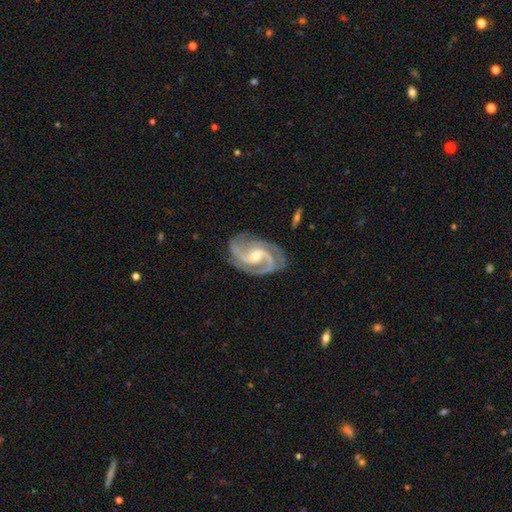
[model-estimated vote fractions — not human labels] Smooth or featured?
  - featured or disk: 93% *
  - star or artifact: 4%
  - smooth: 3%
Edge-on disk?
  - no: 98% *
  - yes: 2%
Bar?
  - weak: 45% *
  - no: 40%
  - strong: 16%
Spiral arms?
  - yes: 99% *
  - no: 1%
Spiral winding?
  - medium: 54% *
  - tight: 35%
  - loose: 11%
Spiral arm count?
  - 2: 56% *
  - 3: 30%
  - can't tell: 5%
  - 4: 4%
  - 1: 3%
  - more than 4: 3%
Bulge size?
  - moderate: 53% *
  - small: 42%
  - large: 3%
  - none: 2%
  - dominant: 1%
Merging?
  - none: 77% *
  - minor disturbance: 16%
  - major disturbance: 5%
  - merger: 1%